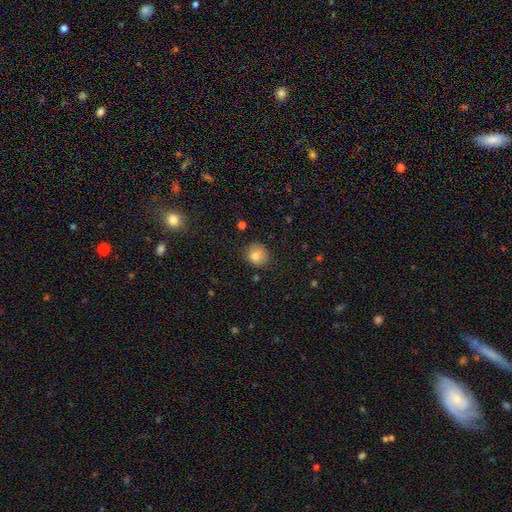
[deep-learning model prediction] smooth 82%, star or artifact 11%, featured or disk 8%. Down the decision tree: how rounded — round (82%); merging — none (81%).